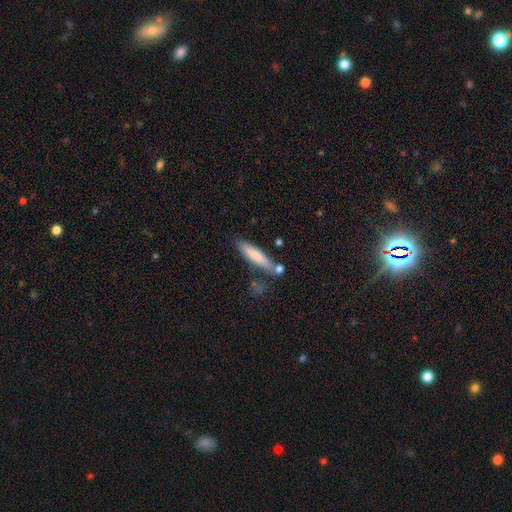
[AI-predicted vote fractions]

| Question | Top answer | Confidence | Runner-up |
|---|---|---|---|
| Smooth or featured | smooth | 75% | featured or disk (19%) |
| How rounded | cigar-shaped | 82% | in between (17%) |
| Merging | none | 67% | minor disturbance (17%) |